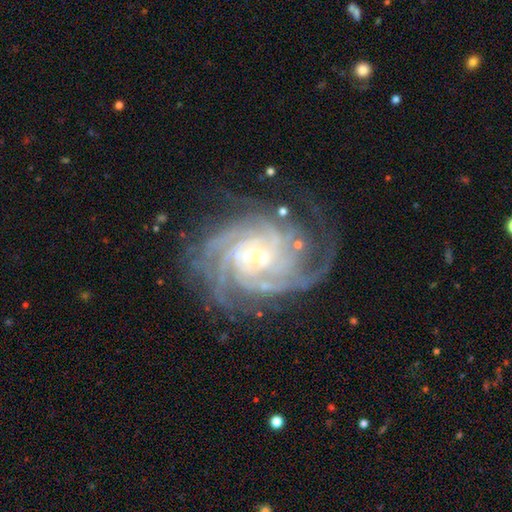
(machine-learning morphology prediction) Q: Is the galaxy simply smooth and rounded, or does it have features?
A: featured or disk — 91%.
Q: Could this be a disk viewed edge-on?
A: no — 98%.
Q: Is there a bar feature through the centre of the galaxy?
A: weak — 45%.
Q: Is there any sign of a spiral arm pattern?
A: yes — 98%.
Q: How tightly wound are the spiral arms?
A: tight — 68%.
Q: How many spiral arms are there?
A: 4 — 30%.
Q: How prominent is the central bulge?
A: small — 66%.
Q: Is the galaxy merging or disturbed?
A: none — 69%.